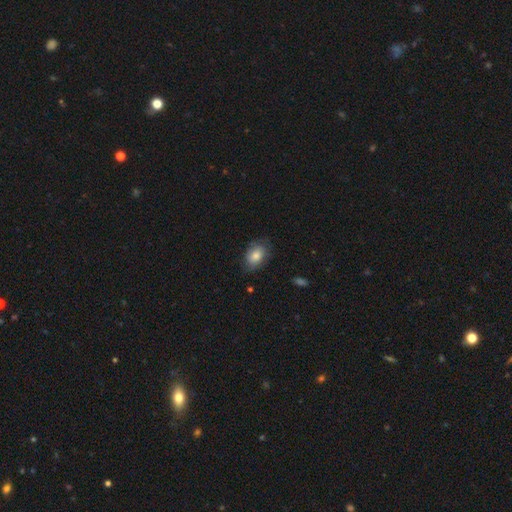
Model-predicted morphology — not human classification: Smooth or featured: smooth — 76% (featured or disk — 17%)
How rounded: in between — 85% (round — 13%)
Merging: none — 70% (minor disturbance — 23%)